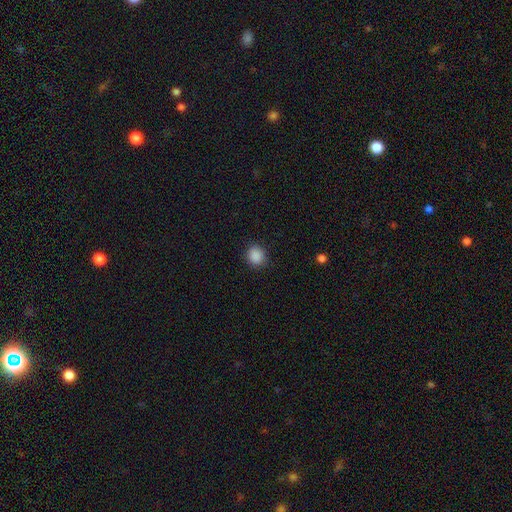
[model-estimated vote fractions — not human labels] Smooth or featured? smooth (88%)
How rounded? round (81%)
Merging? none (87%)